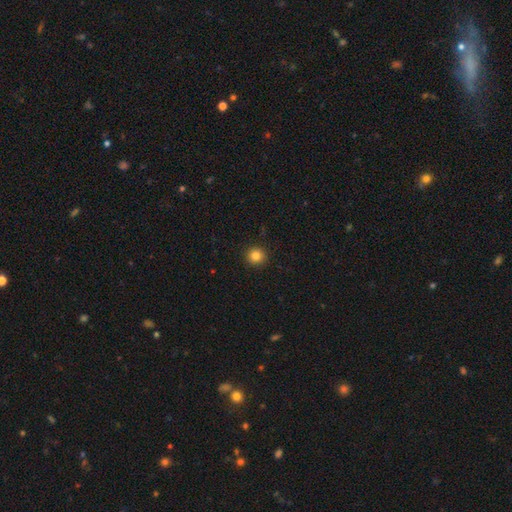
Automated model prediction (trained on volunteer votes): smooth-or-featured: smooth: 83% | star or artifact: 12% | featured or disk: 5%
  how-rounded: round: 94% | in between: 5% | cigar-shaped: 1%
  merging: none: 93% | minor disturbance: 5% | major disturbance: 2% | merger: 1%